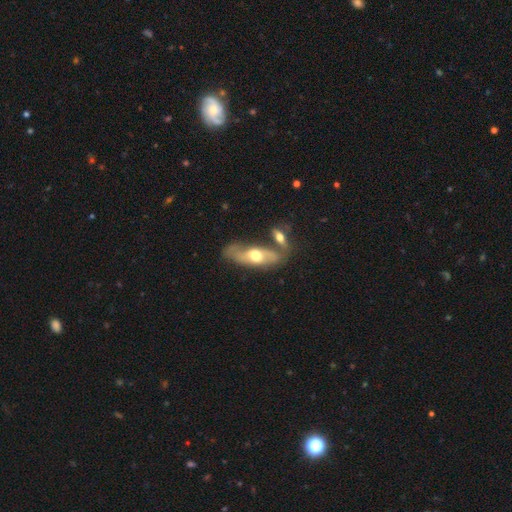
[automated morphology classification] Smooth or featured: featured or disk — 52% (smooth — 42%)
Edge-on disk: no — 65% (yes — 35%)
Merging: none — 46% (merger — 24%)